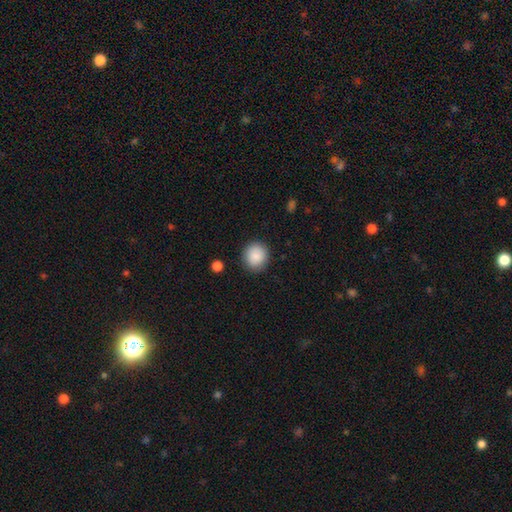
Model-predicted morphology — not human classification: smooth-or-featured: smooth: 88% | star or artifact: 8% | featured or disk: 5%
  how-rounded: round: 87% | in between: 12% | cigar-shaped: 1%
  merging: none: 89% | minor disturbance: 8% | major disturbance: 2% | merger: 1%